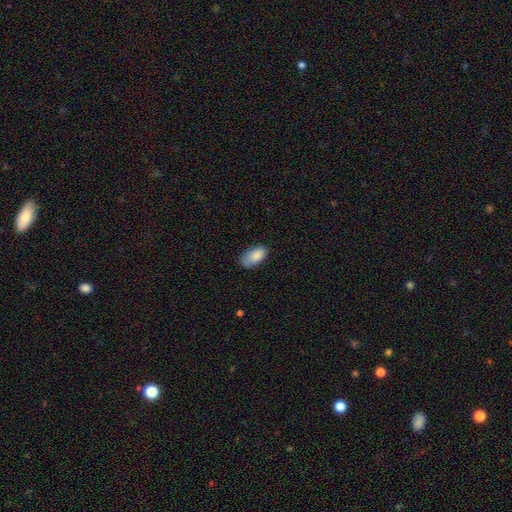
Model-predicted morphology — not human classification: A smooth galaxy with no disk features (85%) that is in between round and cigar-shaped (94%).

Vote fractions:
- Smooth or featured? smooth: 85% / star or artifact: 7% / featured or disk: 7%
- How rounded? in between: 94% / round: 3% / cigar-shaped: 3%
- Merging? none: 63% / minor disturbance: 28% / major disturbance: 6% / merger: 3%